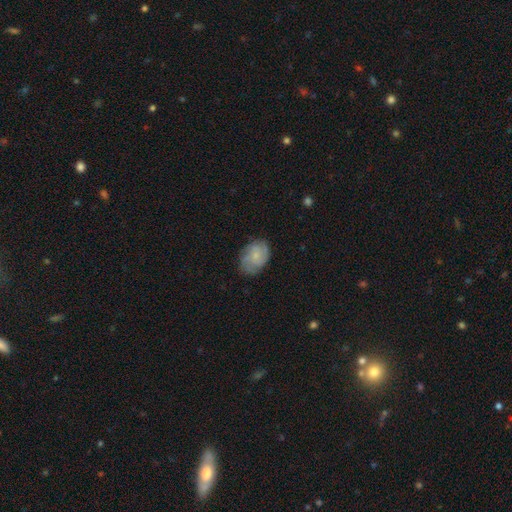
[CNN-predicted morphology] Smooth or featured? Predicted: smooth (p=0.49). Merging? Predicted: none (p=0.73).